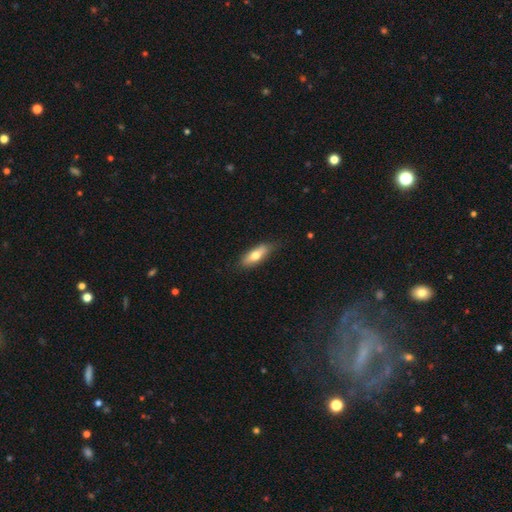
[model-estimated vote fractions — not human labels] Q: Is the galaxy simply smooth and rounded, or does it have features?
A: smooth — 67%.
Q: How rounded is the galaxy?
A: in between — 60%.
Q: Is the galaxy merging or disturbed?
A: none — 78%.